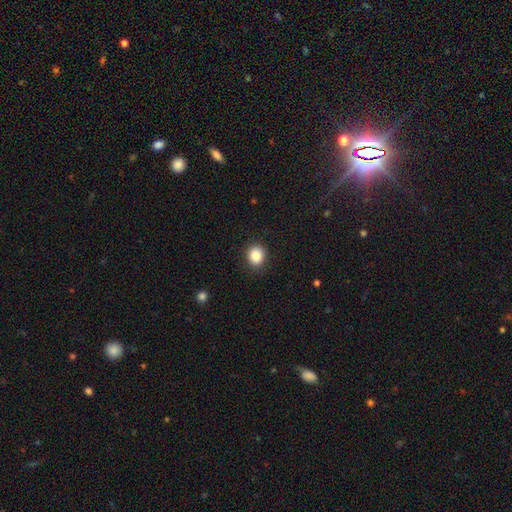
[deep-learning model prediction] The model was most divided on "how rounded": round: 69%, in between: 31%, cigar-shaped: 1%. More confident: merging — none (90%); smooth or featured — smooth (86%).